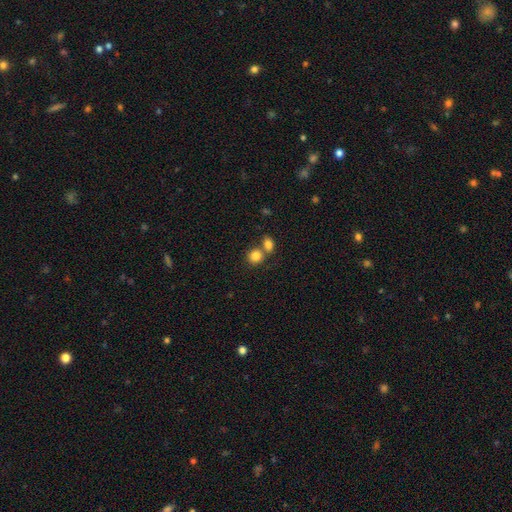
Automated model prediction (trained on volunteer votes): Smooth or featured: smooth — 83% (star or artifact — 10%)
How rounded: round — 76% (in between — 23%)
Merging: none — 48% (merger — 42%)